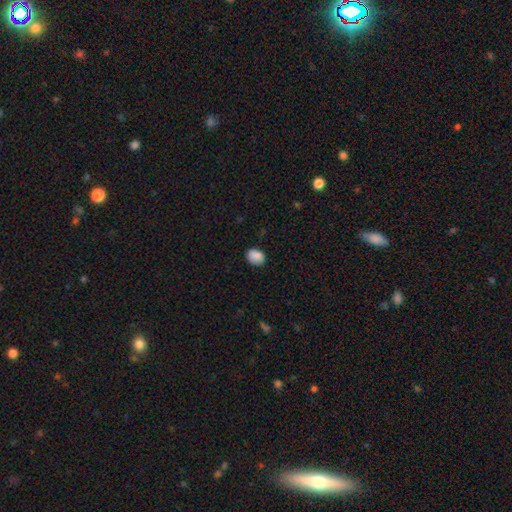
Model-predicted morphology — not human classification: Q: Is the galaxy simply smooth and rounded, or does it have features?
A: smooth — 85%.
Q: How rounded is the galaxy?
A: in between — 64%.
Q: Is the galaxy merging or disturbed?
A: none — 78%.